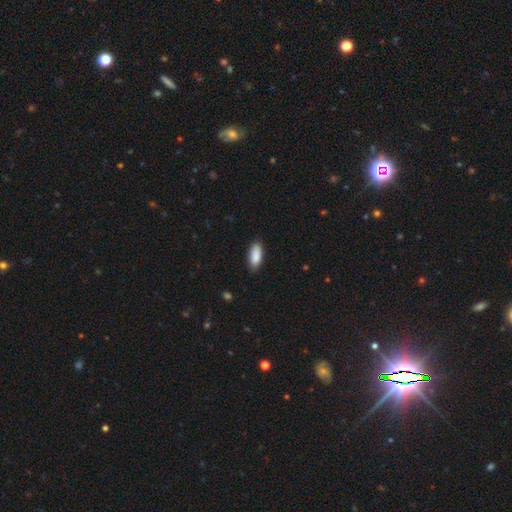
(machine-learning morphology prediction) The model was most divided on "merging": none: 84%, minor disturbance: 13%, major disturbance: 2%, merger: 1%. More confident: smooth or featured — smooth (89%); how rounded — in between (86%).